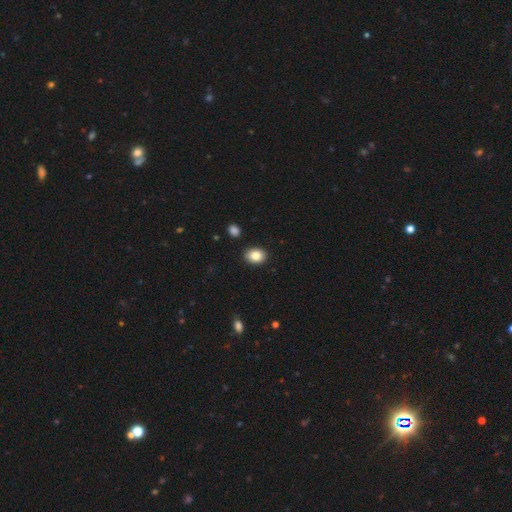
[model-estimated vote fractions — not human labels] smooth-or-featured: smooth: 85% | star or artifact: 8% | featured or disk: 7%
  how-rounded: in between: 67% | round: 32% | cigar-shaped: 1%
  merging: none: 88% | minor disturbance: 8% | merger: 2% | major disturbance: 2%